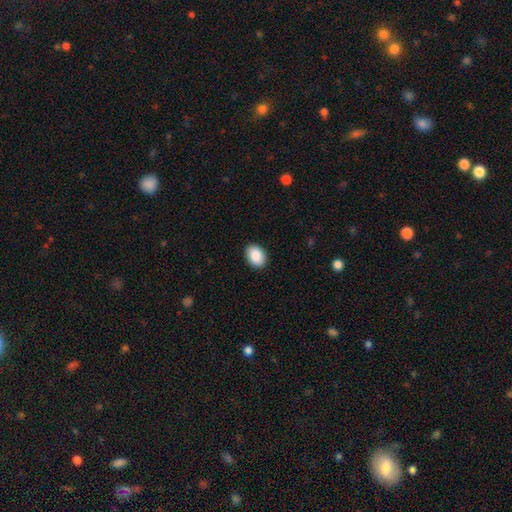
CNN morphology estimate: This is clearly a smooth galaxy (88%). How rounded: likely in between (77%). Merging: clearly none (90%).